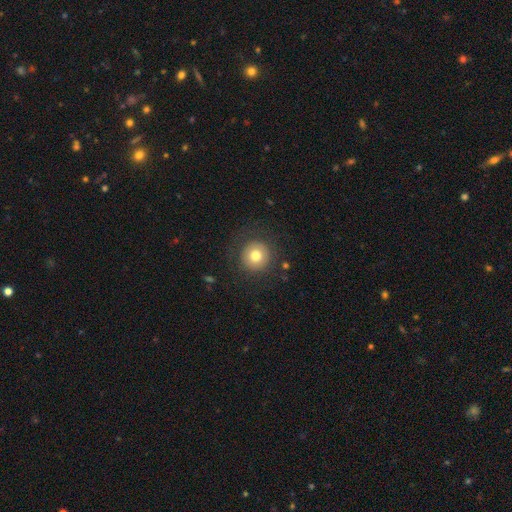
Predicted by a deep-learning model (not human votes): Morphology: type=smooth (75%); roundness=round (94%); merging=none (84%).